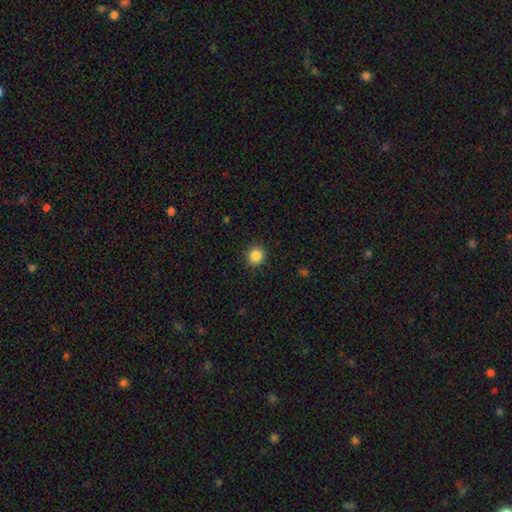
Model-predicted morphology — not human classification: Smooth or featured? smooth (87%)
How rounded? round (90%)
Merging? none (91%)